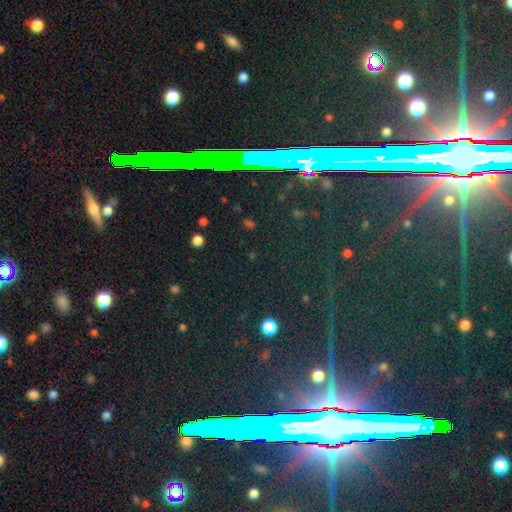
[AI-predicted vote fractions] smooth_or_featured: star or artifact (p=0.83) [alt: smooth p=0.09]